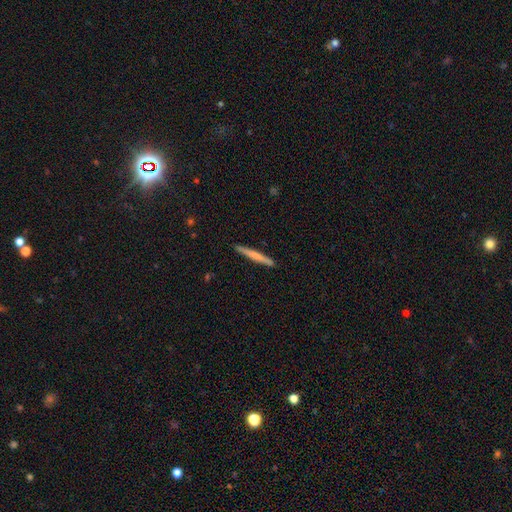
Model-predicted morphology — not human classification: A smooth galaxy with no disk features (63%) that is cigar-shaped (97%).

Vote fractions:
- Smooth or featured? smooth: 63% / featured or disk: 32% / star or artifact: 5%
- How rounded? cigar-shaped: 97% / in between: 2% / round: 1%
- Merging? none: 91% / minor disturbance: 6% / major disturbance: 1% / merger: 1%